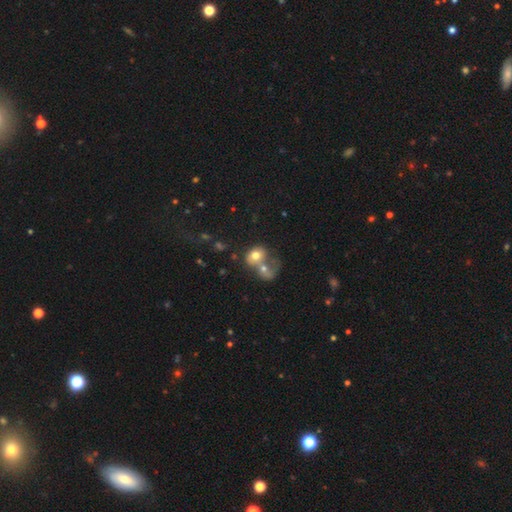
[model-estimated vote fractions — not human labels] Smooth or featured: smooth — 66% (featured or disk — 24%)
How rounded: in between — 51% (round — 48%)
Merging: merger — 70% (none — 14%)